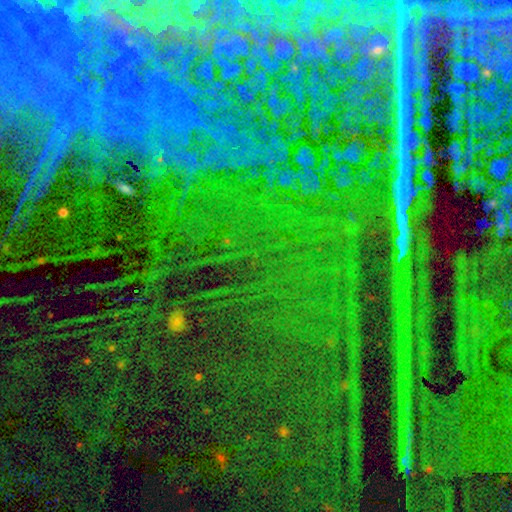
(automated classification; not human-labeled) Smooth or featured? star or artifact (87%)